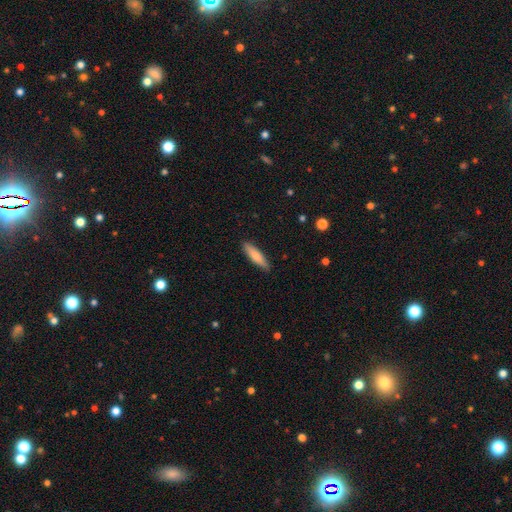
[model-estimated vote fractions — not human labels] Smooth or featured? Predicted: smooth (p=0.76). How rounded? Predicted: cigar-shaped (p=0.73). Merging? Predicted: none (p=0.88).